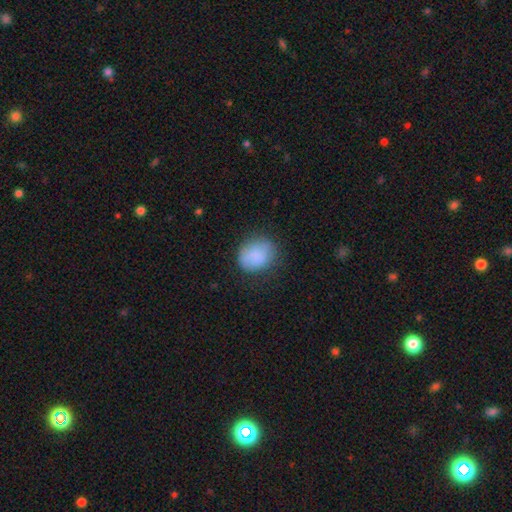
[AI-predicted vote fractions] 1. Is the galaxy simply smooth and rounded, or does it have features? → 82% smooth, 10% featured or disk, 8% star or artifact.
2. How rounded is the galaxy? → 56% round, 43% in between, 1% cigar-shaped.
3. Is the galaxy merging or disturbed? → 68% none, 23% minor disturbance, 8% major disturbance, 2% merger.